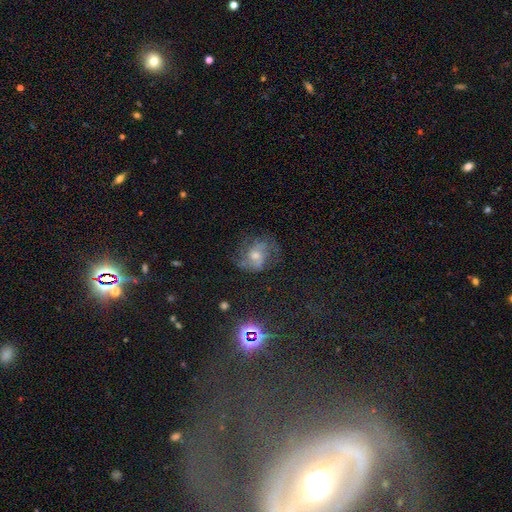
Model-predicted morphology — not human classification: featured or disk 60%, smooth 23%, star or artifact 17%. Down the decision tree: edge-on disk — no (97%); bar — no (55%); spiral arms — yes (84%); bulge size — moderate (55%); merging — none (58%).